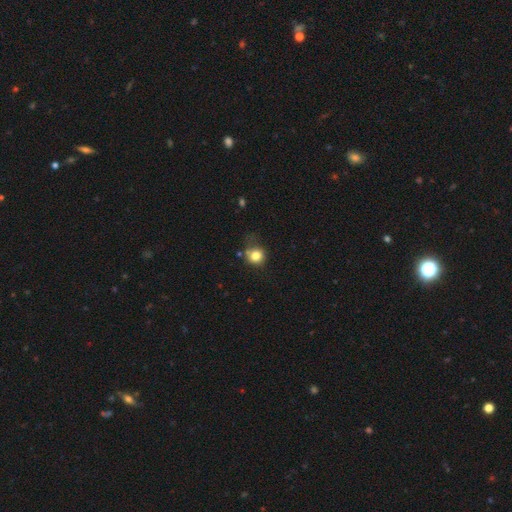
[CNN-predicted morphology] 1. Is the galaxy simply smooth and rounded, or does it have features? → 81% smooth, 11% star or artifact, 8% featured or disk.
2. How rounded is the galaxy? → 80% round, 19% in between, 1% cigar-shaped.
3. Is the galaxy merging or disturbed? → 53% none, 27% minor disturbance, 13% major disturbance, 8% merger.